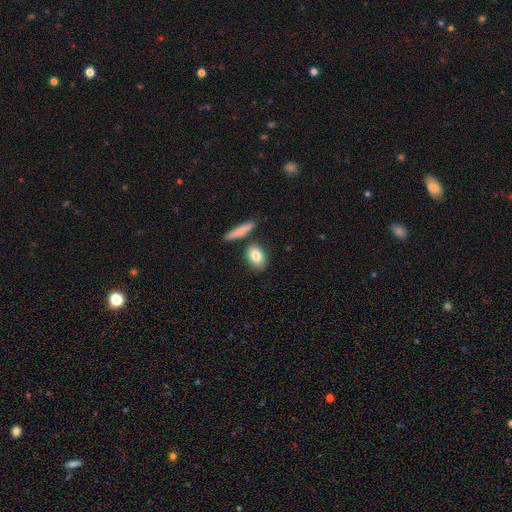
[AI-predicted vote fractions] A smooth galaxy with no disk features (82%) that is in between round and cigar-shaped (77%). Merging: none (75%).